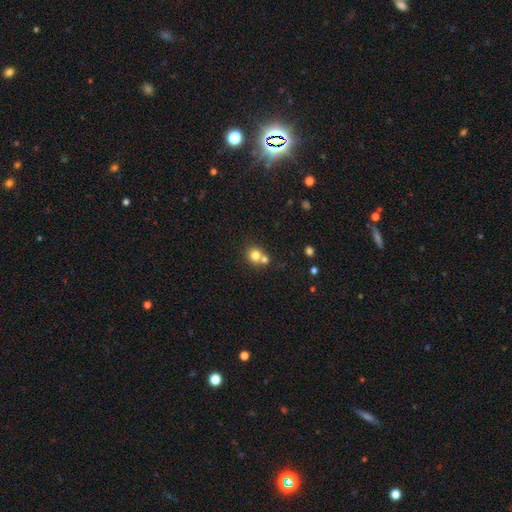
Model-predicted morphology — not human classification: Smooth or featured? Predicted: smooth (p=0.78). How rounded? Predicted: round (p=0.86). Merging? Predicted: none (p=0.47).